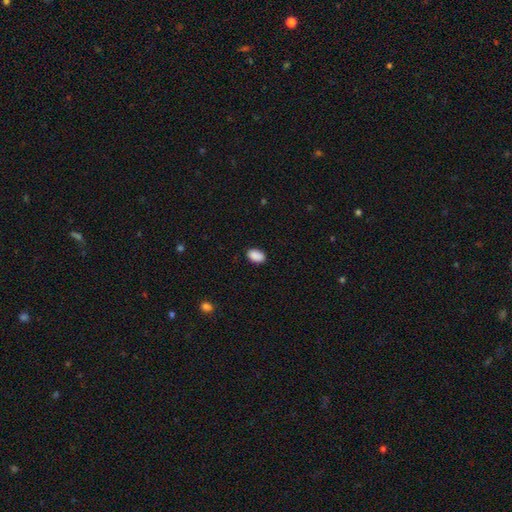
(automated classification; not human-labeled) Smooth or featured: smooth — 89% (star or artifact — 8%)
How rounded: in between — 90% (round — 9%)
Merging: none — 85% (minor disturbance — 11%)